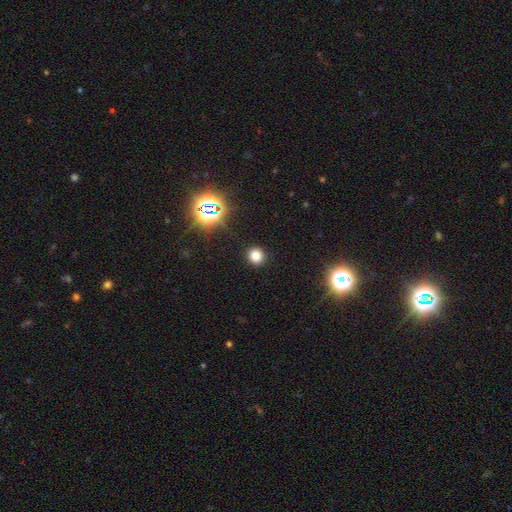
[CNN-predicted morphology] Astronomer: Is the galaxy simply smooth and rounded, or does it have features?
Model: smooth — 76%.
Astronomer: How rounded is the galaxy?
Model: round — 88%.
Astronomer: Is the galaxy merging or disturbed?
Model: none — 90%.